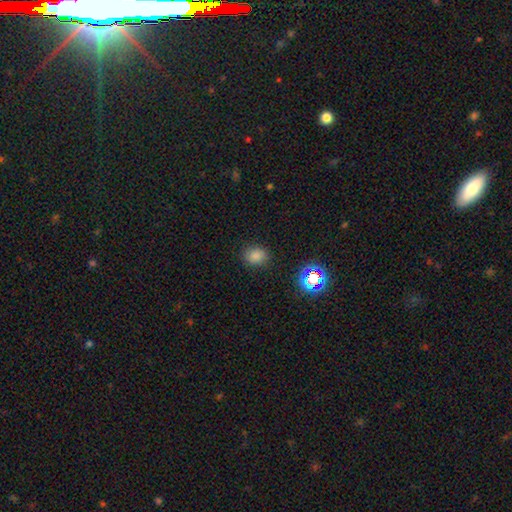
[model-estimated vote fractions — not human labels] smooth 78%, star or artifact 17%, featured or disk 5%. Down the decision tree: how rounded — round (55%); merging — none (85%).